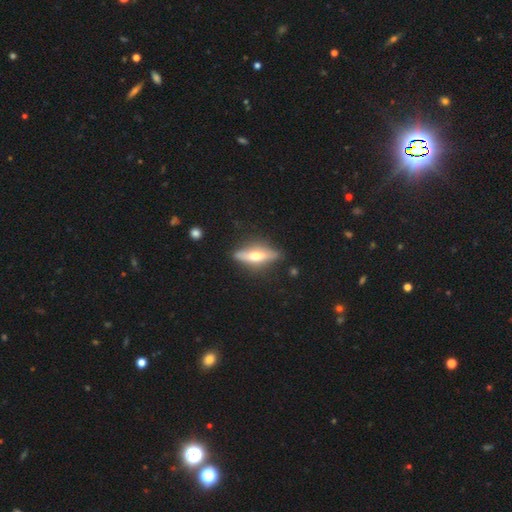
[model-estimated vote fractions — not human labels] Q: Smooth or featured?
A: featured or disk (58%); runner-up: smooth (36%)
Q: Edge-on disk?
A: yes (89%); runner-up: no (11%)
Q: Edge-on bulge?
A: rounded (91%); runner-up: boxy (6%)
Q: Merging?
A: none (80%); runner-up: minor disturbance (15%)